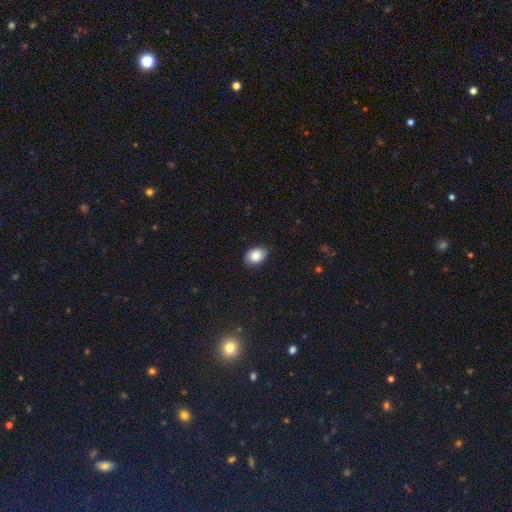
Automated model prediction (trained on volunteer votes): Smooth or featured: smooth — 82% (featured or disk — 10%)
How rounded: in between — 77% (round — 22%)
Merging: none — 81% (minor disturbance — 15%)